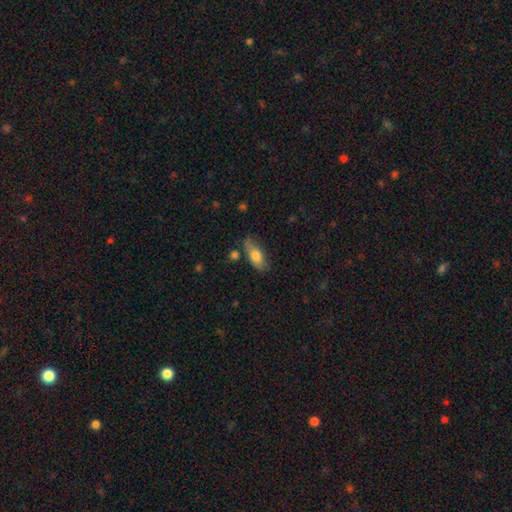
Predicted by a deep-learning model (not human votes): A smooth galaxy with no disk features (76%) that is in between round and cigar-shaped (84%). Merging: none (65%).